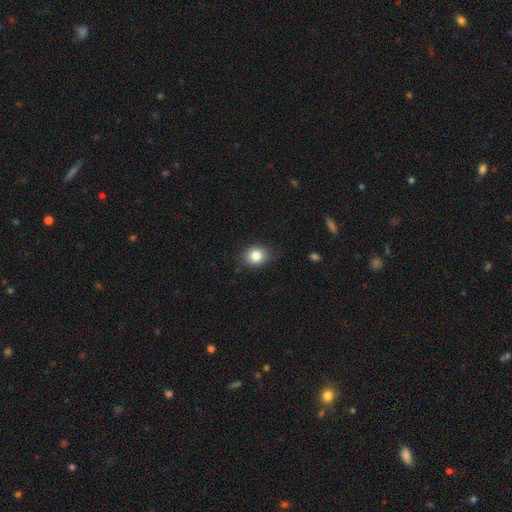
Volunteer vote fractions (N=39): Overall: smooth (90%). How rounded: round (80%). Merging: none (89%).